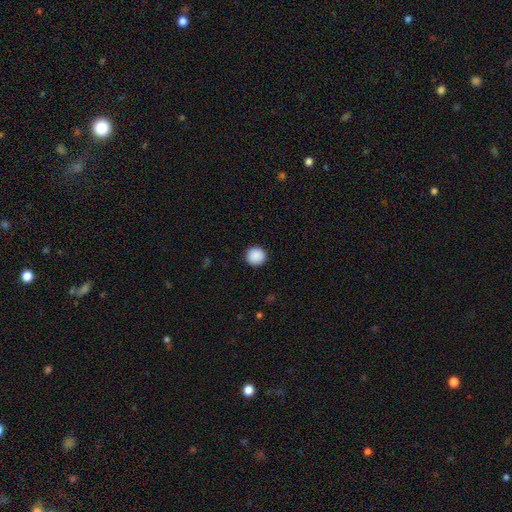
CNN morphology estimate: The model was most divided on "smooth or featured": smooth: 90%, star or artifact: 8%, featured or disk: 2%. More confident: how rounded — round (95%); merging — none (92%).